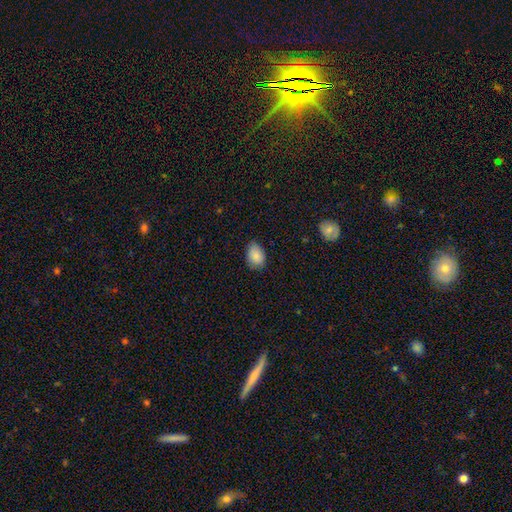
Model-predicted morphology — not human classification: Overall: smooth (85%). How rounded: in between (77%). Merging: none (74%).